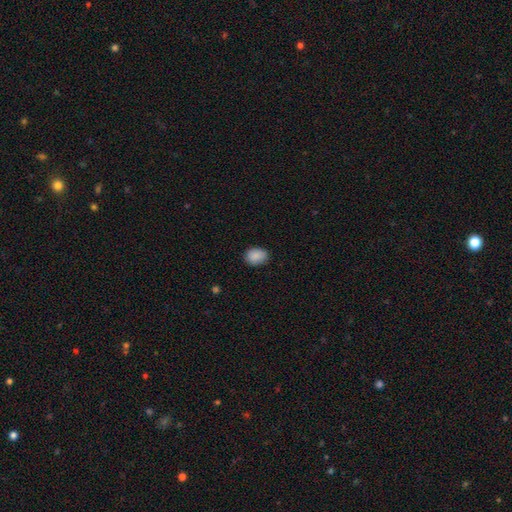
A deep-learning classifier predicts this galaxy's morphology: smooth_or_featured: smooth (p=0.89) [alt: star or artifact p=0.08]
how_rounded: in between (p=0.64) [alt: round p=0.36]
merging: none (p=0.83) [alt: minor disturbance p=0.14]